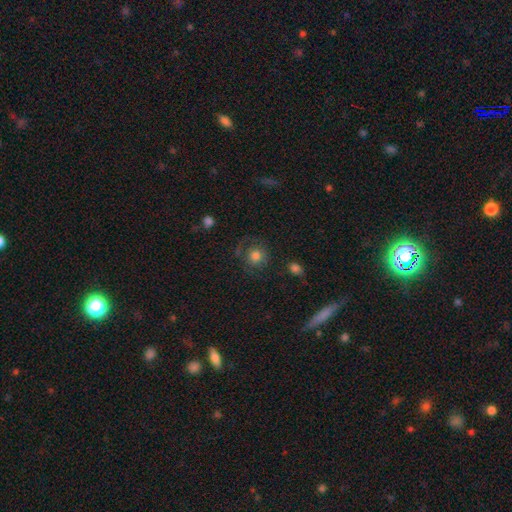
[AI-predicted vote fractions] Smooth or featured: smooth — 72% (featured or disk — 17%)
How rounded: round — 88% (in between — 11%)
Merging: none — 65% (minor disturbance — 17%)